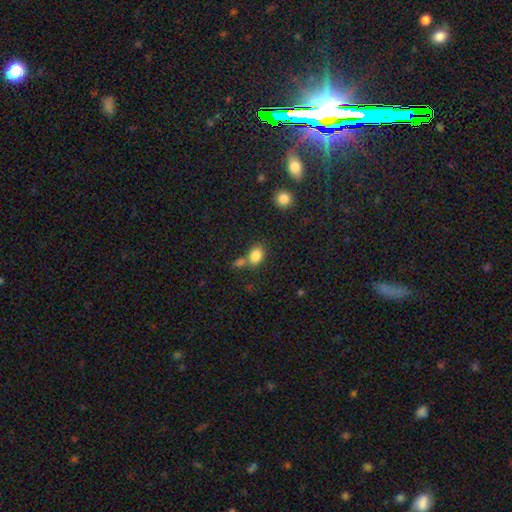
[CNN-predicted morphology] type=smooth (84%); roundness=in between (73%); merging=none (54%).